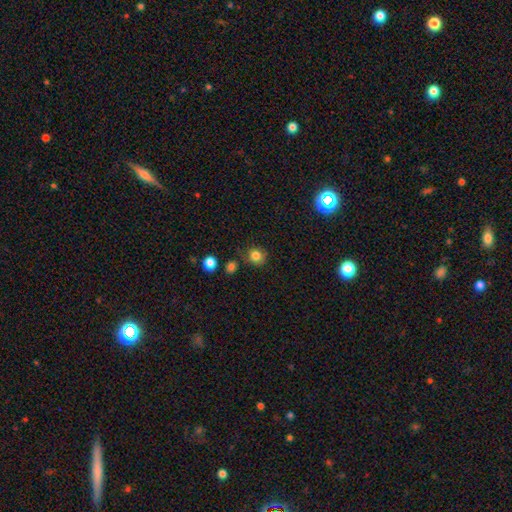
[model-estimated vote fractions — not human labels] Smooth or featured? Predicted: smooth (p=0.82). How rounded? Predicted: round (p=0.85). Merging? Predicted: none (p=0.76).